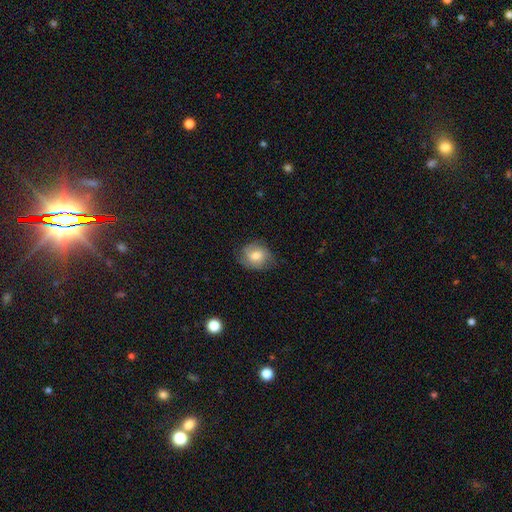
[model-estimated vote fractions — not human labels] smooth 67%, featured or disk 25%, star or artifact 8%. Down the decision tree: how rounded — round (60%); merging — none (69%).